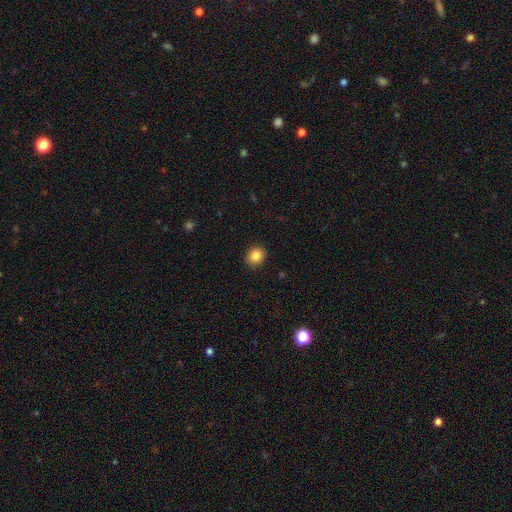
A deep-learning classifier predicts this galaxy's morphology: Smooth or featured: smooth — 86% (star or artifact — 9%)
How rounded: round — 64% (in between — 35%)
Merging: none — 89% (minor disturbance — 8%)